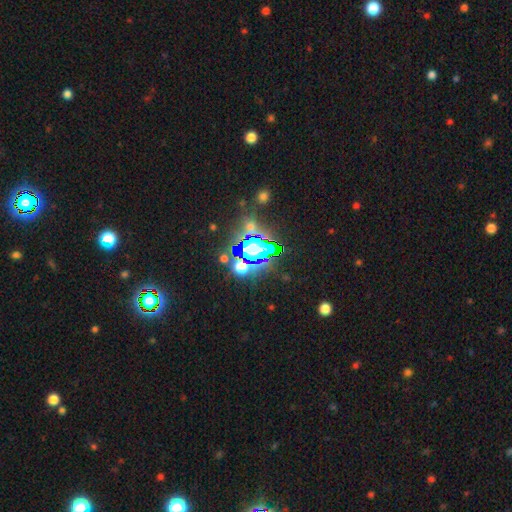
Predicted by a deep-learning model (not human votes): A star or artifact, not a galaxy (84%).